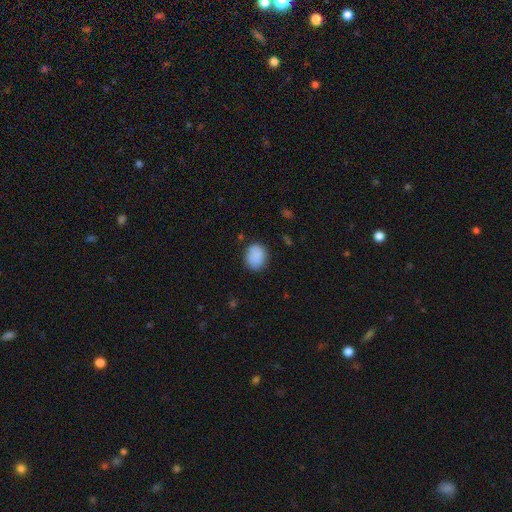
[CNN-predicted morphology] This is clearly a smooth galaxy (88%). How rounded: possibly round (59%). Merging: clearly none (80%).